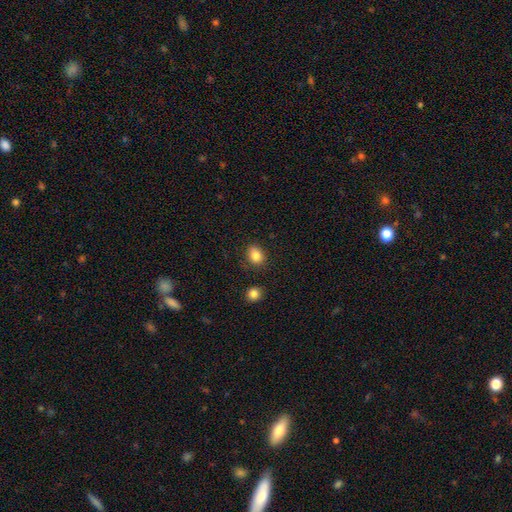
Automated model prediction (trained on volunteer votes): Smooth or featured?
  - smooth: 84% *
  - star or artifact: 10%
  - featured or disk: 6%
How rounded?
  - in between: 54% *
  - round: 45%
  - cigar-shaped: 1%
Merging?
  - none: 82% *
  - minor disturbance: 12%
  - merger: 3%
  - major disturbance: 3%